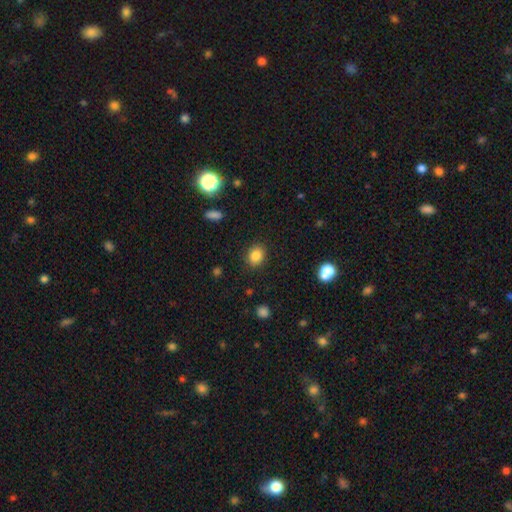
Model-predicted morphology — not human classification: A smooth galaxy with no disk features (85%) that is round (52%). Merging: none (88%).